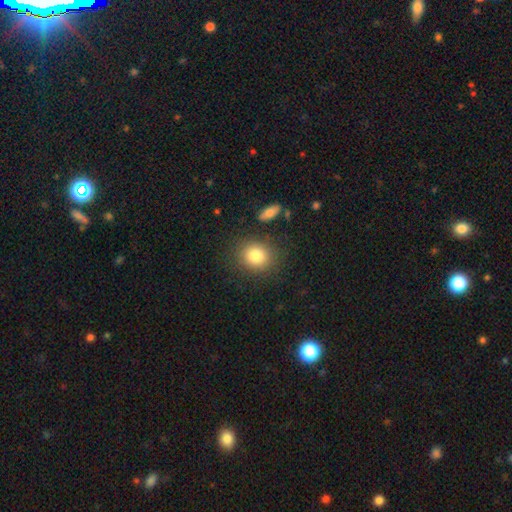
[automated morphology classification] smooth 83%, star or artifact 9%, featured or disk 7%. Down the decision tree: how rounded — round (71%); merging — none (83%).